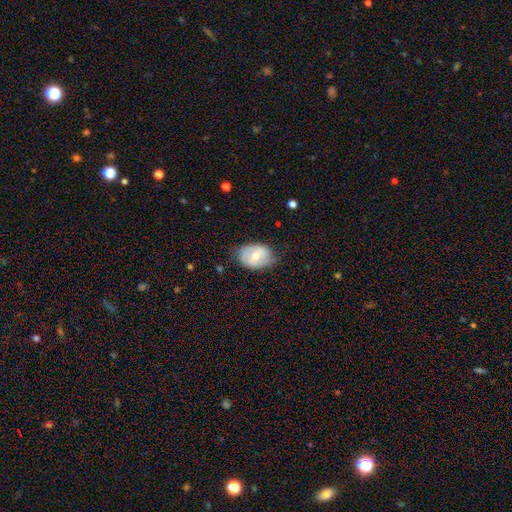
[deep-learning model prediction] Smooth or featured?
  - smooth: 56% *
  - featured or disk: 37%
  - star or artifact: 7%
How rounded?
  - in between: 78% *
  - round: 21%
  - cigar-shaped: 1%
Merging?
  - none: 67% *
  - minor disturbance: 26%
  - major disturbance: 6%
  - merger: 1%